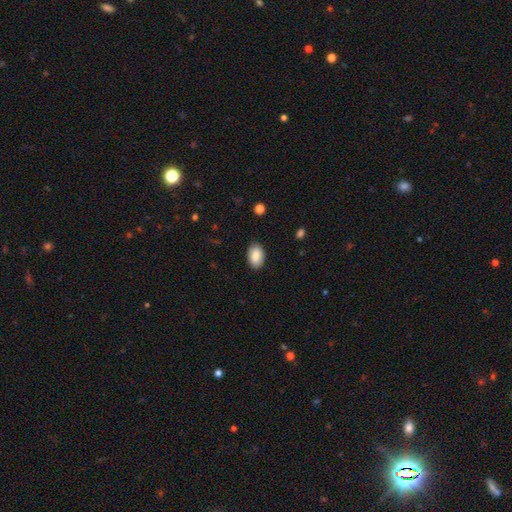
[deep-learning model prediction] A smooth galaxy with no disk features (86%) that is in between round and cigar-shaped (91%).

Vote fractions:
- Smooth or featured? smooth: 86% / featured or disk: 7% / star or artifact: 7%
- How rounded? in between: 91% / round: 8% / cigar-shaped: 1%
- Merging? none: 88% / minor disturbance: 9% / major disturbance: 2% / merger: 1%